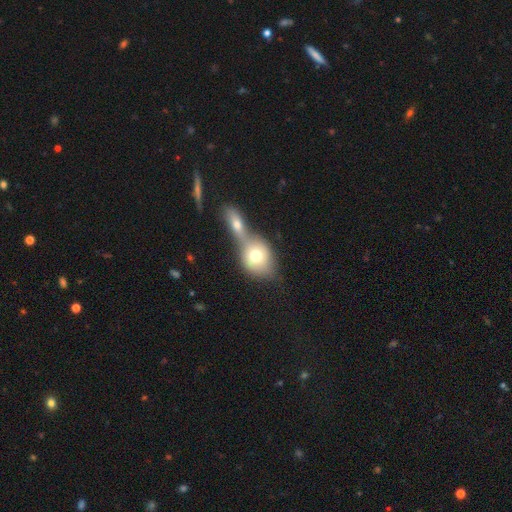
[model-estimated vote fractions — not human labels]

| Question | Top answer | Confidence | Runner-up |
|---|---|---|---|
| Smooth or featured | smooth | 71% | featured or disk (21%) |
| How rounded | round | 59% | in between (39%) |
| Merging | merger | 66% | none (23%) |